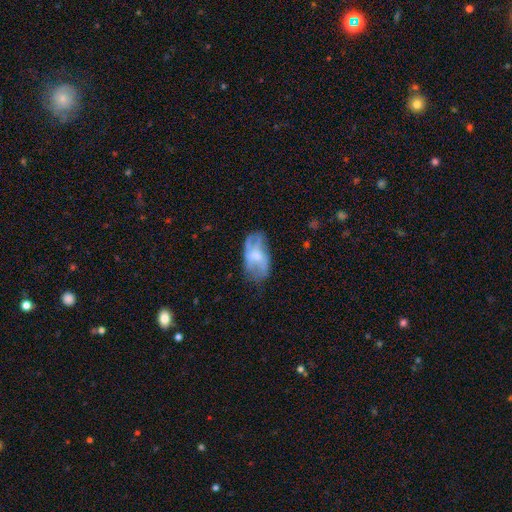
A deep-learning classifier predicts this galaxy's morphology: Smooth or featured?
  - featured or disk: 54% *
  - smooth: 38%
  - star or artifact: 8%
Edge-on disk?
  - no: 94% *
  - yes: 6%
Bar?
  - no: 66% *
  - weak: 29%
  - strong: 5%
Spiral arms?
  - yes: 56% *
  - no: 44%
Bulge size?
  - moderate: 50% *
  - small: 26%
  - none: 13%
  - large: 10%
  - dominant: 1%
Merging?
  - none: 51% *
  - minor disturbance: 28%
  - major disturbance: 19%
  - merger: 2%